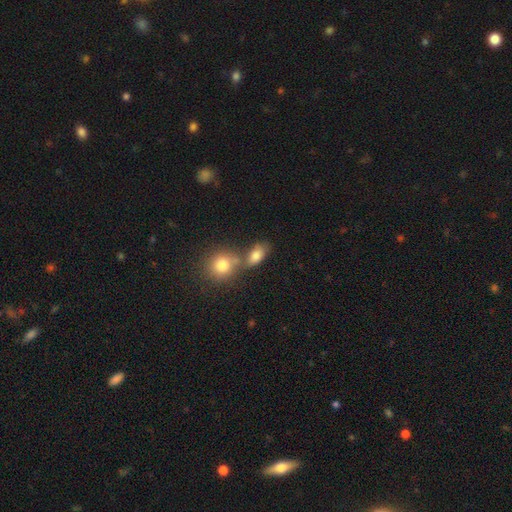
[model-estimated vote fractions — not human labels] This appears to be a smooth galaxy with no disk features (79%) that is in between round and cigar-shaped (76%). Merging: none (46%).